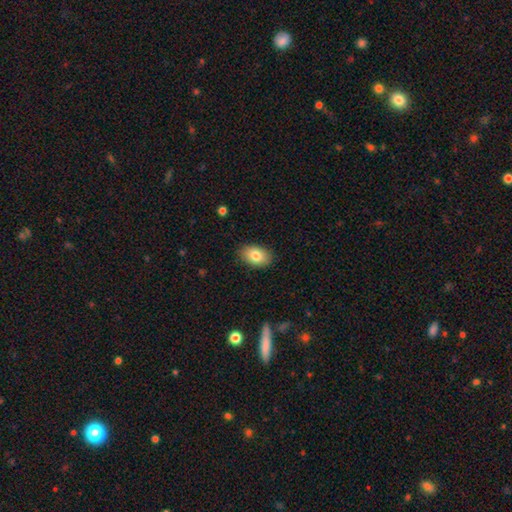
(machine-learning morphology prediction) A smooth galaxy with no disk features (82%) that is in between round and cigar-shaped (87%).

Vote fractions:
- Smooth or featured? smooth: 82% / featured or disk: 10% / star or artifact: 7%
- How rounded? in between: 87% / round: 12% / cigar-shaped: 1%
- Merging? none: 87% / minor disturbance: 10% / major disturbance: 2% / merger: 1%